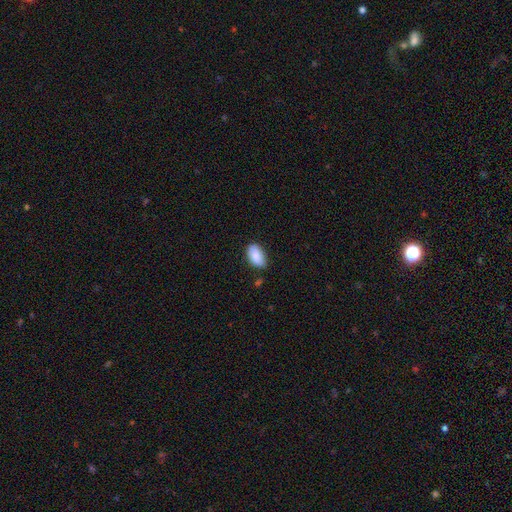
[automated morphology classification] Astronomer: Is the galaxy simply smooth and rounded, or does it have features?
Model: smooth — 88%.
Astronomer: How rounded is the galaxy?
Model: in between — 94%.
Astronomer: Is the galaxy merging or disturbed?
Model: none — 72%.